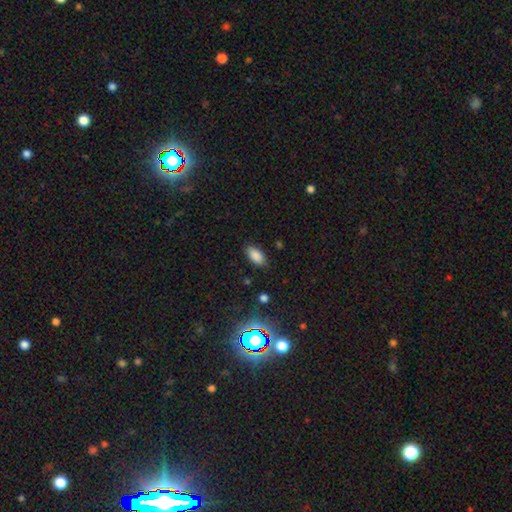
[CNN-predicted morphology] The model was most divided on "smooth or featured": smooth: 85%, star or artifact: 10%, featured or disk: 5%. More confident: how rounded — in between (92%); merging — none (86%).